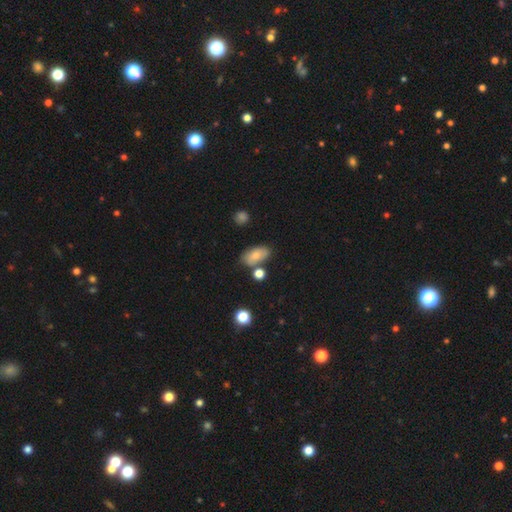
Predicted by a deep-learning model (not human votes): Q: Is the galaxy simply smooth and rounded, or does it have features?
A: smooth — 76%.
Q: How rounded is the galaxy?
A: in between — 90%.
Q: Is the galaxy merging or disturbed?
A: none — 67%.